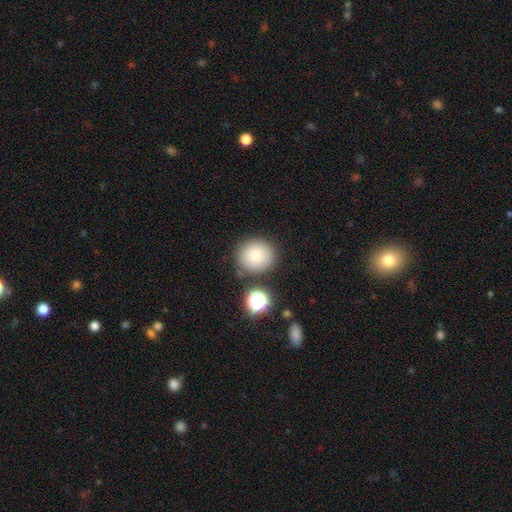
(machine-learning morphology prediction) Q: Smooth or featured?
A: smooth (80%); runner-up: star or artifact (11%)
Q: How rounded?
A: round (89%); runner-up: in between (10%)
Q: Merging?
A: none (81%); runner-up: minor disturbance (10%)